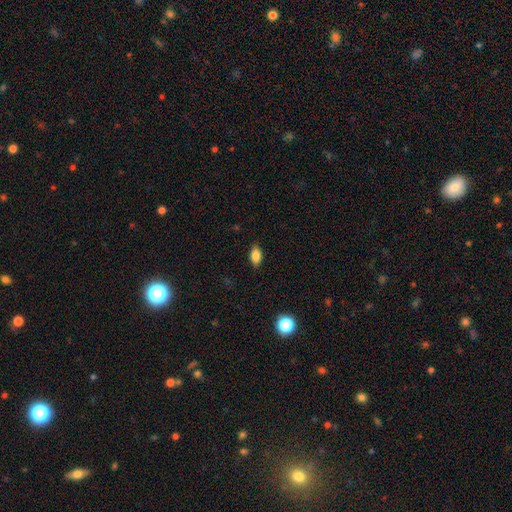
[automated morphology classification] This appears to be a smooth galaxy with no disk features (83%) that is in between round and cigar-shaped (88%). Merging: none (87%).